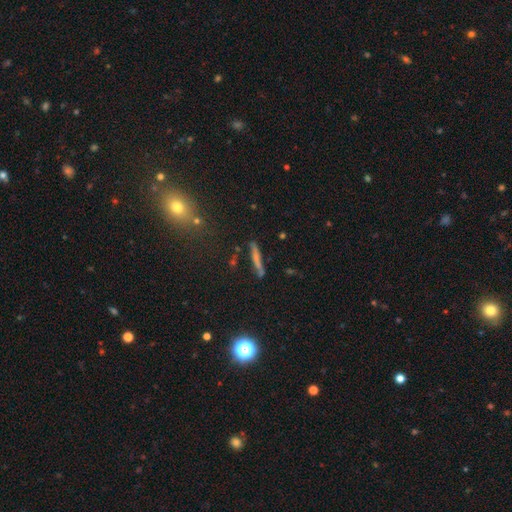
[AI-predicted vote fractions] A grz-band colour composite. It shows a smooth galaxy with no disk features (46%). Merging: none (84%).